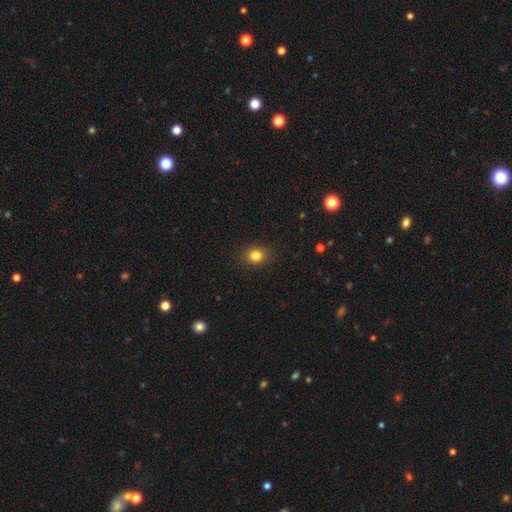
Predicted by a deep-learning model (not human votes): A smooth galaxy with no disk features (83%) that is round (73%).

Vote fractions:
- Smooth or featured? smooth: 83% / star or artifact: 12% / featured or disk: 5%
- How rounded? round: 73% / in between: 26% / cigar-shaped: 1%
- Merging? none: 88% / minor disturbance: 8% / major disturbance: 2% / merger: 1%